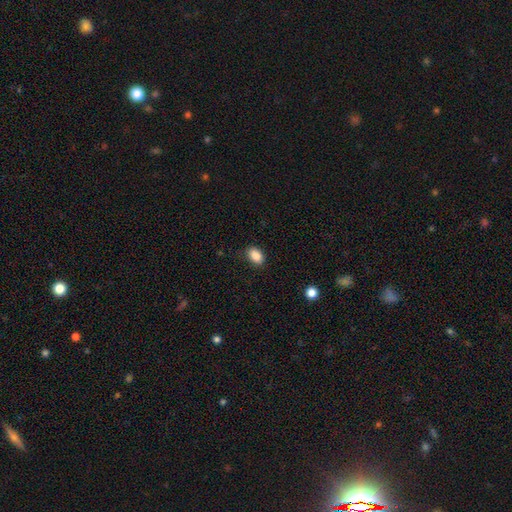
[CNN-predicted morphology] smooth_or_featured: smooth (p=0.88) [alt: star or artifact p=0.09]
how_rounded: in between (p=0.86) [alt: round p=0.13]
merging: none (p=0.85) [alt: minor disturbance p=0.12]